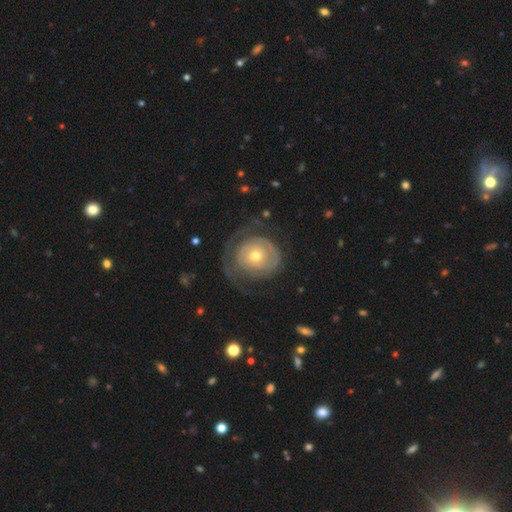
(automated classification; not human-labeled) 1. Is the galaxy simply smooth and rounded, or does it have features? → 72% featured or disk, 22% smooth, 6% star or artifact.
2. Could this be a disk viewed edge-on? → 97% no, 3% yes.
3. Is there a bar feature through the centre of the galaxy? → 83% no, 14% weak, 3% strong.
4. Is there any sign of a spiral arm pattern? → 78% yes, 22% no.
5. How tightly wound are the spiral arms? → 68% tight, 20% medium, 12% loose.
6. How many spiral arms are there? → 33% can't tell, 30% 2, 22% 1, 7% 3, 4% 4, 3% more than 4.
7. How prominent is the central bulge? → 48% small, 47% moderate, 3% large, 1% dominant, 1% none.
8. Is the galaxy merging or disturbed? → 57% none, 23% major disturbance, 19% minor disturbance, 2% merger.